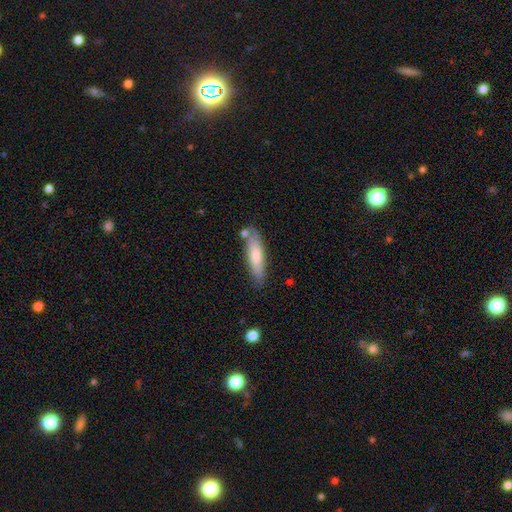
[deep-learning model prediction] smooth-or-featured: smooth: 73% | featured or disk: 22% | star or artifact: 6%
  how-rounded: cigar-shaped: 69% | in between: 29% | round: 2%
  merging: none: 74% | minor disturbance: 15% | merger: 8% | major disturbance: 3%